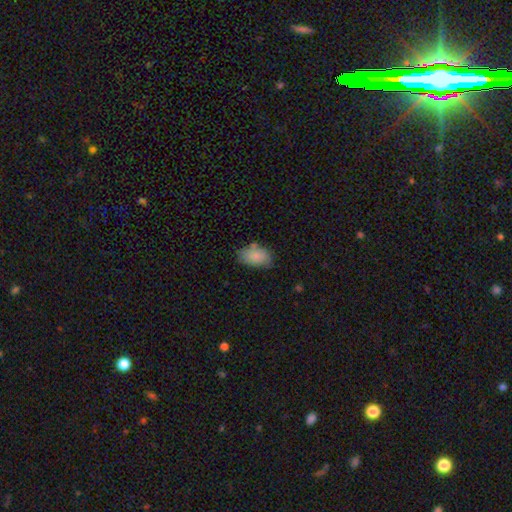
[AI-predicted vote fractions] Morphology: type=smooth (85%); roundness=in between (90%); merging=none (65%).